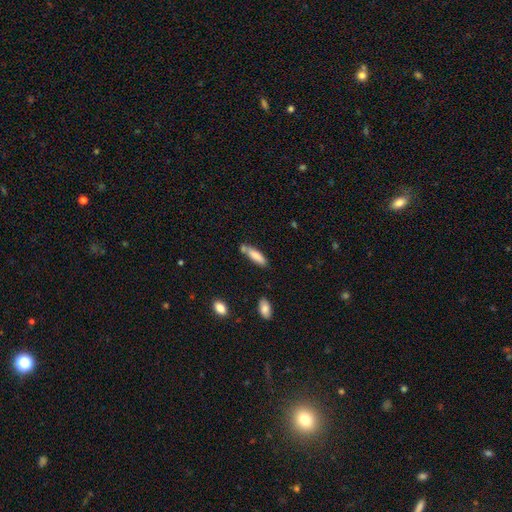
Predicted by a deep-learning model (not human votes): Smooth or featured? Predicted: smooth (p=0.81). How rounded? Predicted: cigar-shaped (p=0.59). Merging? Predicted: none (p=0.57).